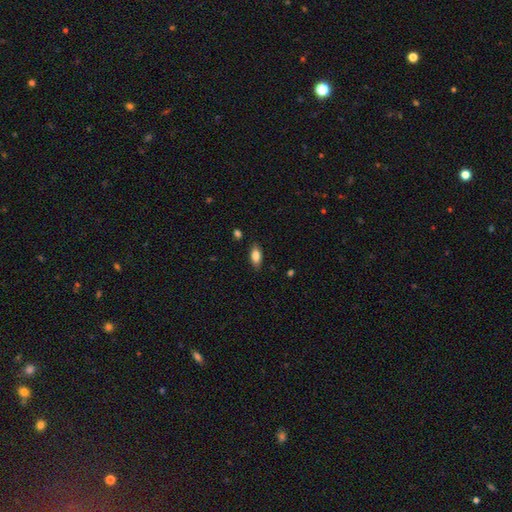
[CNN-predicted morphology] Q: Smooth or featured?
A: smooth (82%); runner-up: featured or disk (10%)
Q: How rounded?
A: in between (87%); runner-up: cigar-shaped (10%)
Q: Merging?
A: none (84%); runner-up: minor disturbance (12%)